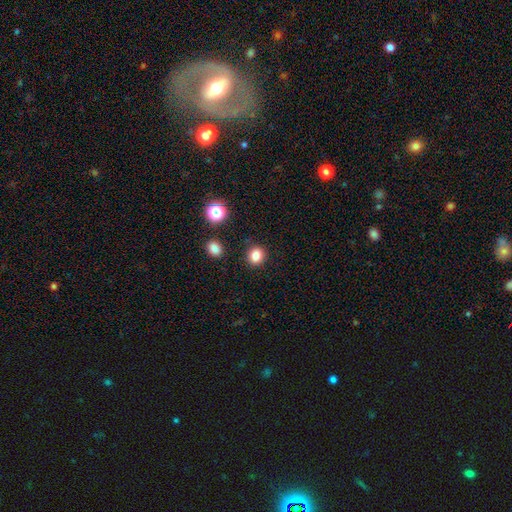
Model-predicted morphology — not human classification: smooth_or_featured: smooth (p=0.83) [alt: star or artifact p=0.12]
how_rounded: round (p=0.70) [alt: in between p=0.29]
merging: none (p=0.87) [alt: minor disturbance p=0.07]